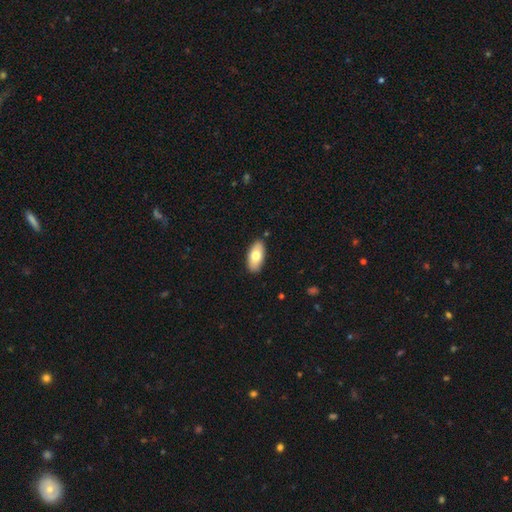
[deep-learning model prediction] smooth_or_featured: smooth (p=0.74) [alt: featured or disk p=0.20]
how_rounded: in between (p=0.91) [alt: cigar-shaped p=0.07]
merging: none (p=0.87) [alt: minor disturbance p=0.10]